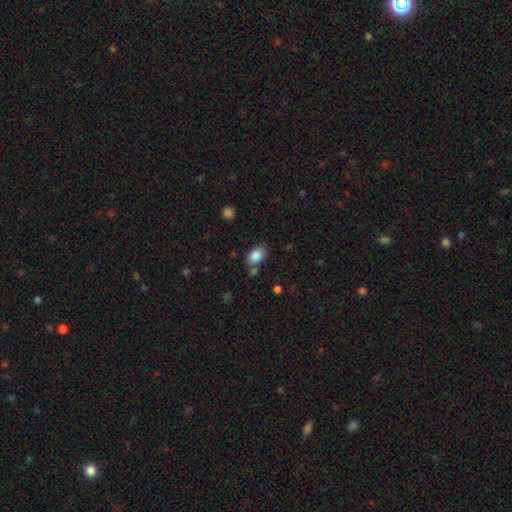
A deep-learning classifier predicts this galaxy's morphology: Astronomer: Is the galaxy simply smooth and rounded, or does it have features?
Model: smooth — 86%.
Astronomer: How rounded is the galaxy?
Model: in between — 85%.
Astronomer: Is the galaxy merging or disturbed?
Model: none — 70%.